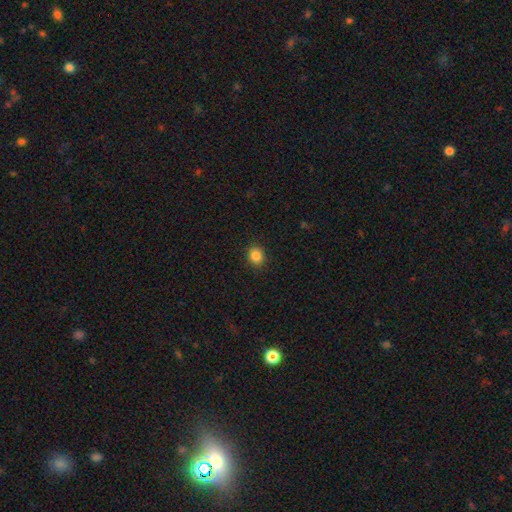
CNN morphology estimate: The model was most divided on "how rounded": round: 78%, in between: 21%, cigar-shaped: 1%. More confident: merging — none (91%); smooth or featured — smooth (85%).